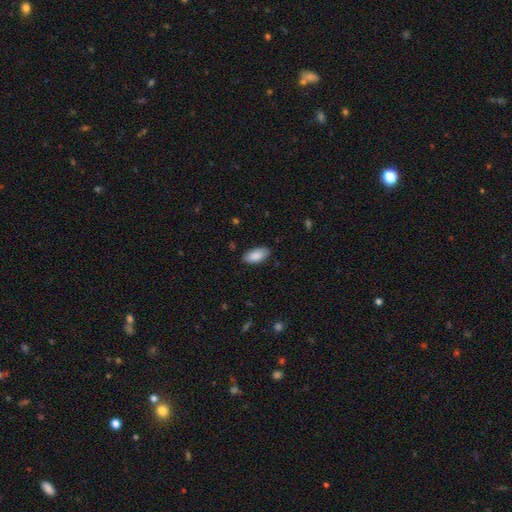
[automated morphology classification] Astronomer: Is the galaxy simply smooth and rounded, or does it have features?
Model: smooth — 88%.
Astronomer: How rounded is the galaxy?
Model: in between — 92%.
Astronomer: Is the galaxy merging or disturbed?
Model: none — 86%.